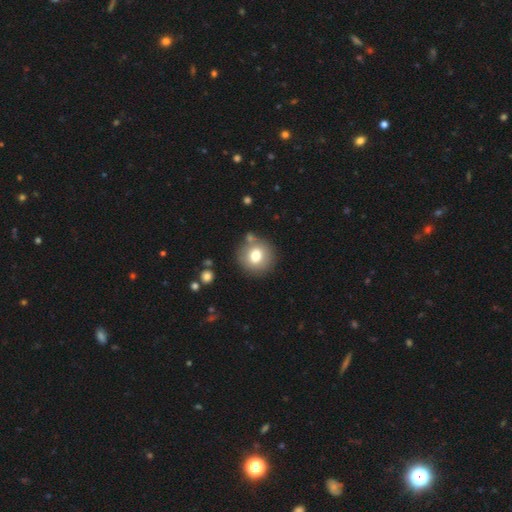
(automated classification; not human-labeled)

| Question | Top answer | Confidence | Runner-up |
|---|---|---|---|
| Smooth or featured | smooth | 75% | featured or disk (15%) |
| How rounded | round | 91% | in between (8%) |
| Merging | none | 79% | minor disturbance (10%) |